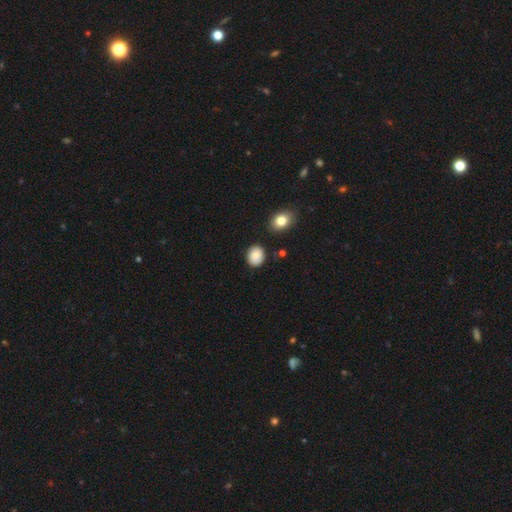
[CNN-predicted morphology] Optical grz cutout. It shows a smooth galaxy with no disk features (88%) that is round (50%). Merging: none (86%).